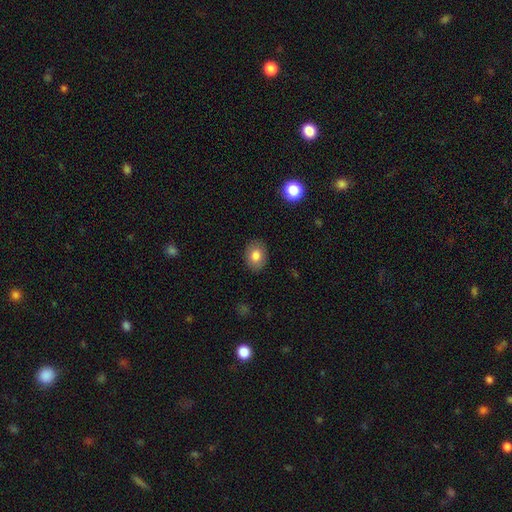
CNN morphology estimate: Overall: smooth (80%). How rounded: in between (59%; round 40%). Merging: none (87%).